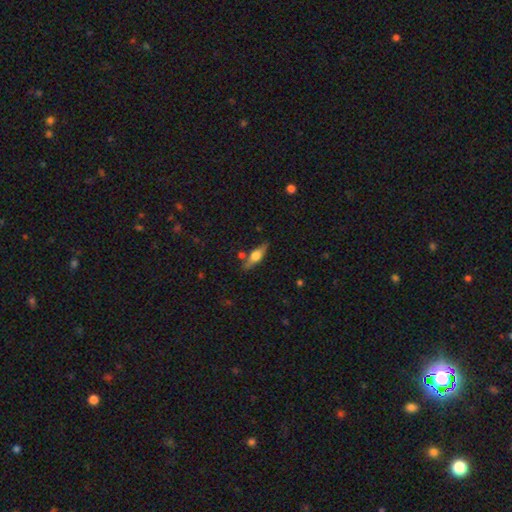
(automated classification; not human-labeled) A featured or disk galaxy (59%) viewed edge-on (94%) with a rounded central bulge (92%).

Vote fractions:
- Smooth or featured? featured or disk: 59% / smooth: 35% / star or artifact: 6%
- Edge-on disk? yes: 94% / no: 6%
- Edge-on bulge? rounded: 92% / boxy: 6% / none: 2%
- Merging? none: 81% / minor disturbance: 12% / merger: 4% / major disturbance: 3%